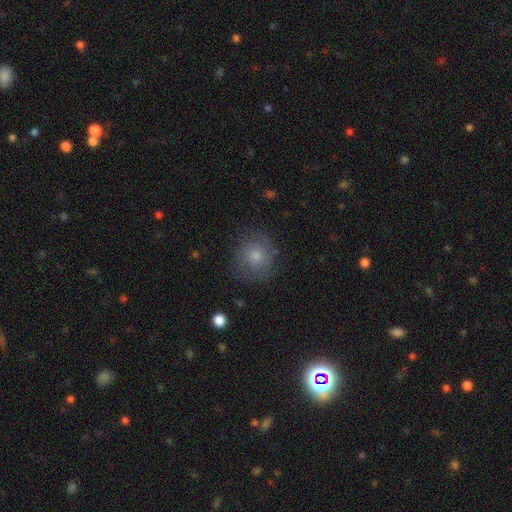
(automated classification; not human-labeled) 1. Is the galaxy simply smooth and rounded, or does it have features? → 47% smooth, 37% featured or disk, 16% star or artifact.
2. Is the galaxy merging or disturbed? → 78% none, 14% minor disturbance, 6% major disturbance, 1% merger.